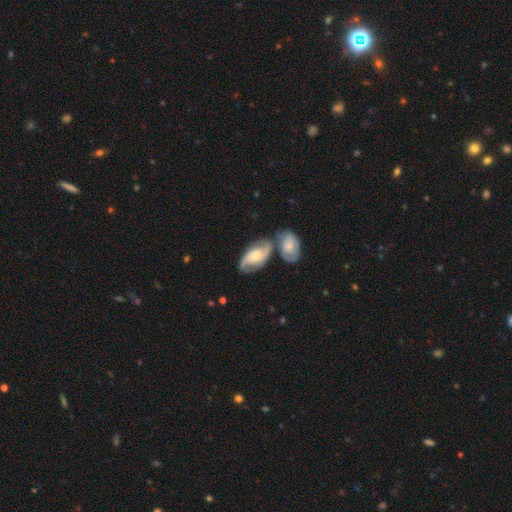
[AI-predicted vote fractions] The model was most divided on "merging": none: 44%, merger: 32%, minor disturbance: 16%, major disturbance: 7%. Remaining: edge-on disk — no (94%); spiral arms — yes (92%); spiral arm count — 2 (84%); smooth or featured — featured or disk (71%); bar — no (54%); bulge size — moderate (49%); spiral winding — medium (46%).